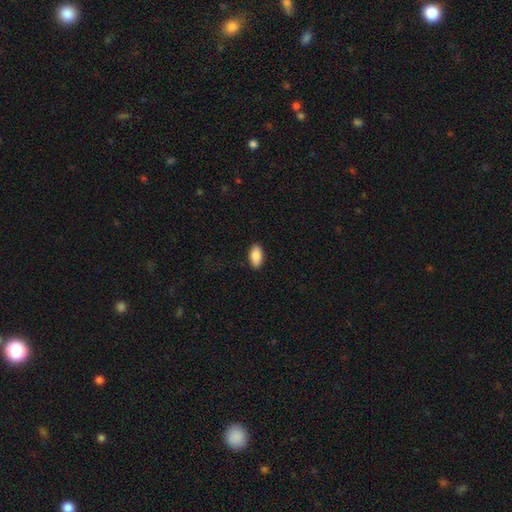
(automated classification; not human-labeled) smooth_or_featured: smooth (p=0.85) [alt: featured or disk p=0.09]
how_rounded: in between (p=0.93) [alt: cigar-shaped p=0.04]
merging: none (p=0.90) [alt: minor disturbance p=0.07]